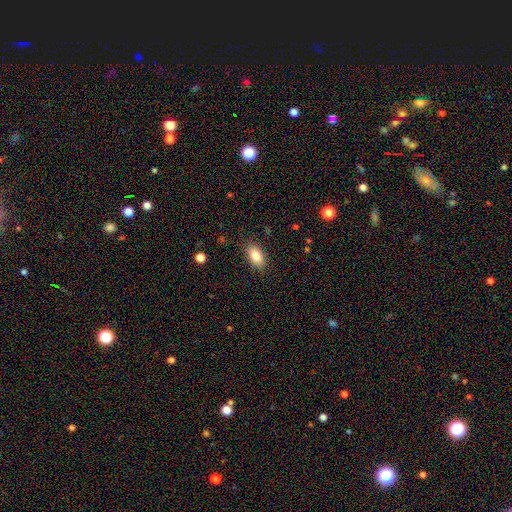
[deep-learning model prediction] Smooth or featured: smooth — 85% (star or artifact — 8%)
How rounded: in between — 91% (round — 5%)
Merging: none — 86% (minor disturbance — 10%)